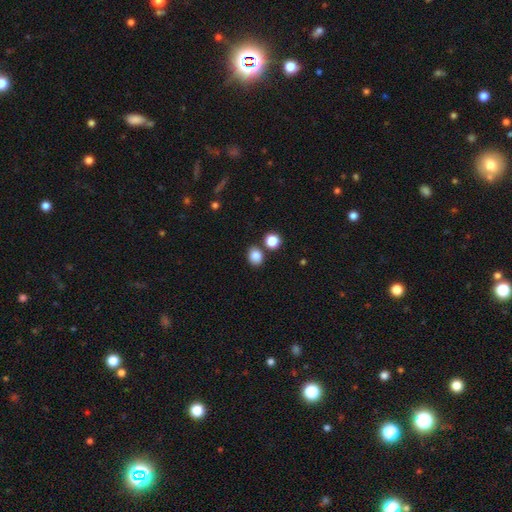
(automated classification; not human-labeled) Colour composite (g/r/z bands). It shows a smooth galaxy with no disk features (84%) that is round (62%). Merging: none (76%).